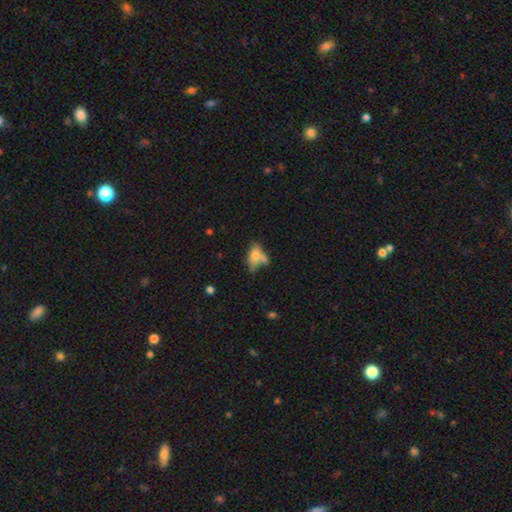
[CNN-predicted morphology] A smooth galaxy with no disk features (66%) that is in between round and cigar-shaped (83%).

Vote fractions:
- Smooth or featured? smooth: 66% / featured or disk: 25% / star or artifact: 10%
- How rounded? in between: 83% / cigar-shaped: 9% / round: 9%
- Merging? none: 36% / merger: 34% / minor disturbance: 18% / major disturbance: 11%